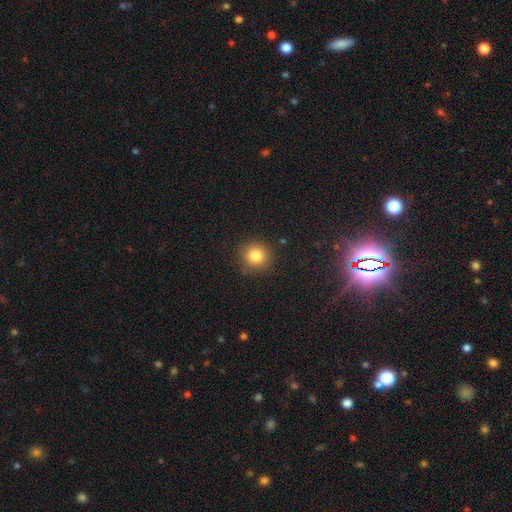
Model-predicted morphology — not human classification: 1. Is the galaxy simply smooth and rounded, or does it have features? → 83% smooth, 11% star or artifact, 6% featured or disk.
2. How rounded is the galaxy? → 89% round, 10% in between, 1% cigar-shaped.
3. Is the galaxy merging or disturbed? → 87% none, 9% minor disturbance, 3% major disturbance, 2% merger.